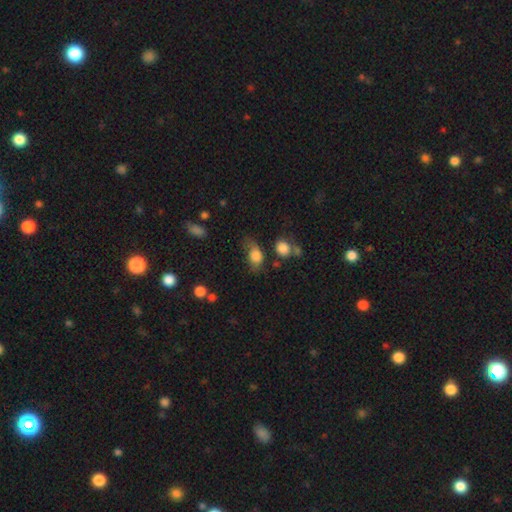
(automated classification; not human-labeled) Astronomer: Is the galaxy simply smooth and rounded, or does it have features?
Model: smooth — 78%.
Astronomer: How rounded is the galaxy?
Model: in between — 76%.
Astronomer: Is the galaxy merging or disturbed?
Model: none — 38% (runner-up: minor disturbance, 33%).